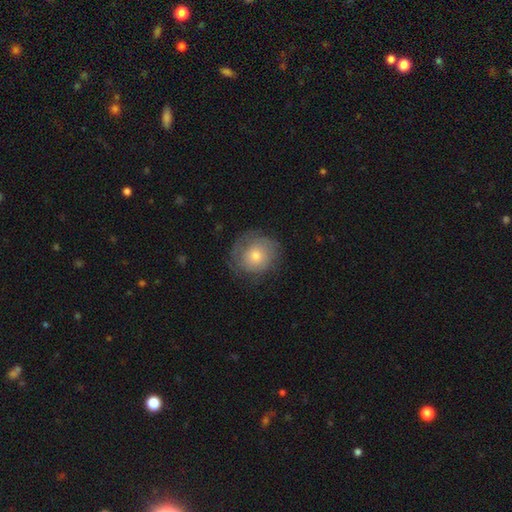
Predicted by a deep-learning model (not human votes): Smooth or featured: smooth — 58% (featured or disk — 33%)
How rounded: round — 84% (in between — 15%)
Merging: none — 72% (minor disturbance — 19%)